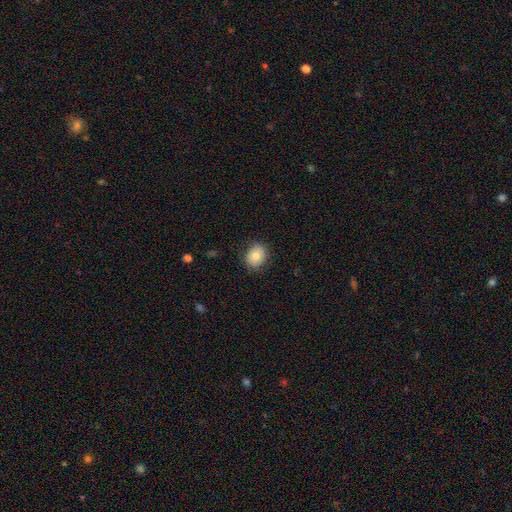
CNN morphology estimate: Q: Smooth or featured?
A: smooth (80%); runner-up: featured or disk (11%)
Q: How rounded?
A: round (54%); runner-up: in between (45%)
Q: Merging?
A: none (83%); runner-up: minor disturbance (13%)